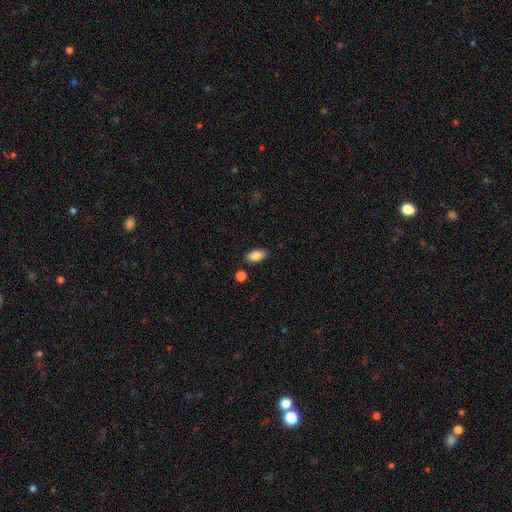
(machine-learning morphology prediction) This appears to be a smooth galaxy with no disk features (87%) that is in between round and cigar-shaped (92%). Merging: none (85%).